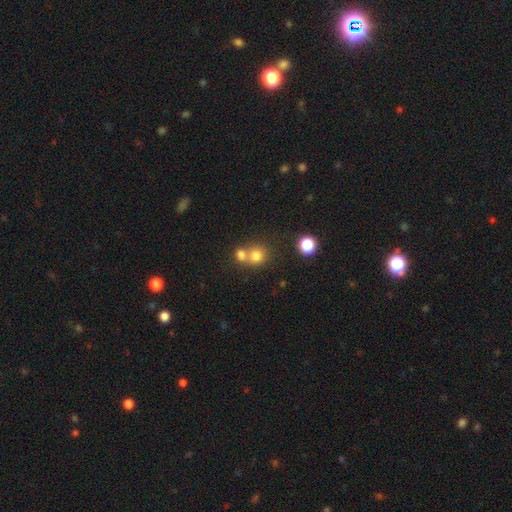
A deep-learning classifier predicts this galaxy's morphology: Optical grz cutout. It shows a smooth galaxy with no disk features (76%) that is round (83%). Merging: merger (50%).